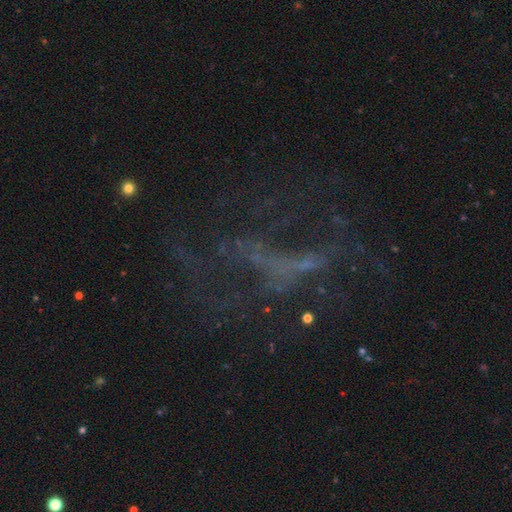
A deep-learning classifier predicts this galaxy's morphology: A featured or disk galaxy (46%).

Vote fractions:
- Smooth or featured? featured or disk: 46% / star or artifact: 39% / smooth: 15%
- Merging? none: 50% / major disturbance: 34% / minor disturbance: 12% / merger: 5%